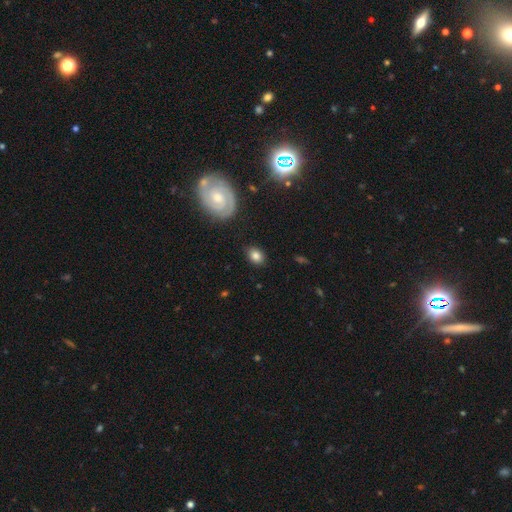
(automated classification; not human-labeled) Smooth or featured? smooth (78%)
How rounded? in between (66%)
Merging? none (85%)